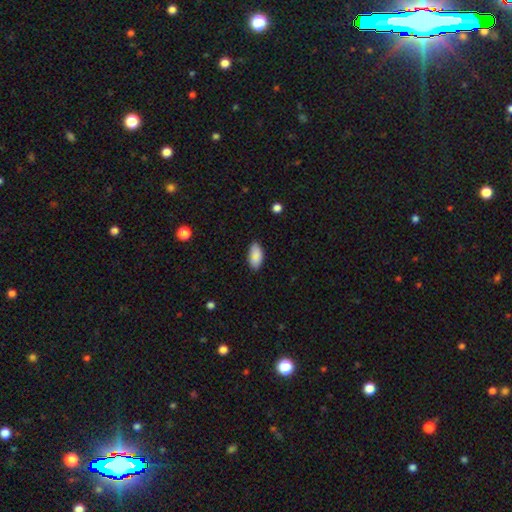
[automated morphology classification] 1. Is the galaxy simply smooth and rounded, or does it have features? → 89% smooth, 7% star or artifact, 4% featured or disk.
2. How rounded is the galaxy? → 92% in between, 6% cigar-shaped, 2% round.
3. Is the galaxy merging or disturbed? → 84% none, 13% minor disturbance, 2% major disturbance, 1% merger.